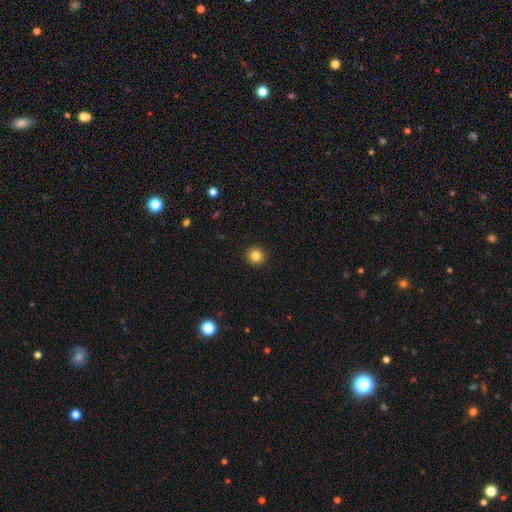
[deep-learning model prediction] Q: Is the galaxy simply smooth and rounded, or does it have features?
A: smooth — 83%.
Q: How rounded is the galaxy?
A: round — 93%.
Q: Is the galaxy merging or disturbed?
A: none — 93%.